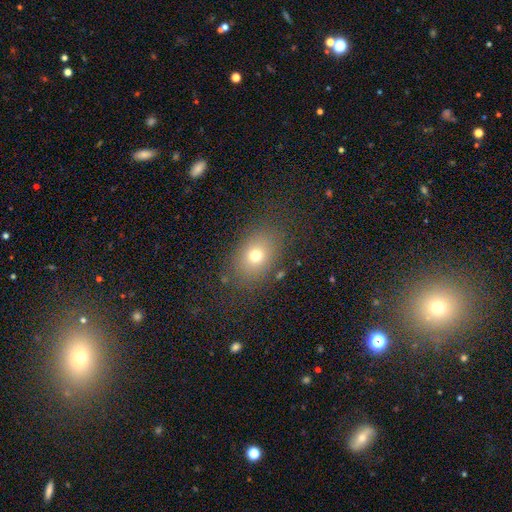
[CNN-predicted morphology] Smooth or featured? Predicted: smooth (p=0.70). How rounded? Predicted: in between (p=0.63). Merging? Predicted: none (p=0.79).